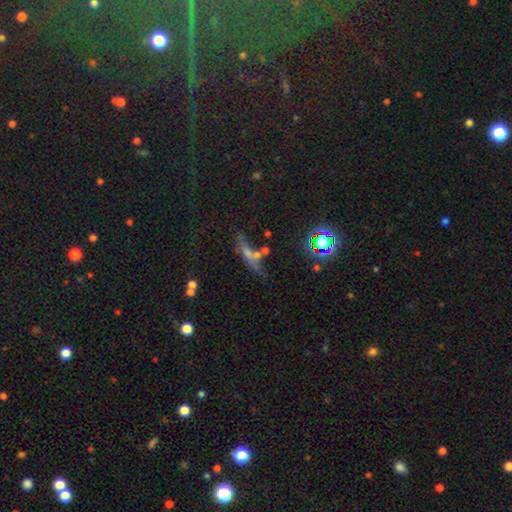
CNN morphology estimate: Smooth or featured: smooth — 45% (featured or disk — 34%)
Merging: none — 45% (merger — 21%)